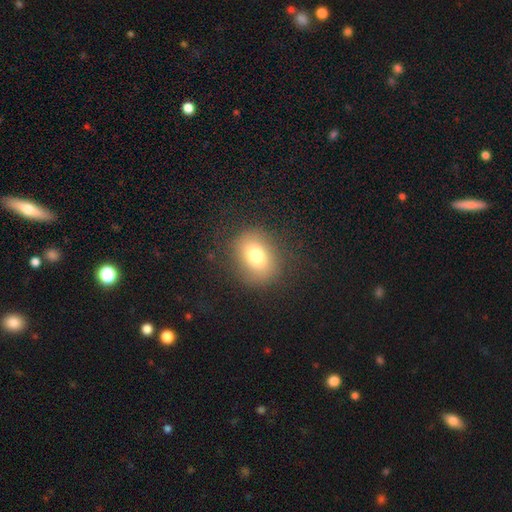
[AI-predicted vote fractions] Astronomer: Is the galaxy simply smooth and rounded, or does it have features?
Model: smooth — 73%.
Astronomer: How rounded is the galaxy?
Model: round — 57% (runner-up: in between, 42%).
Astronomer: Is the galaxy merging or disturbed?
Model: none — 82%.